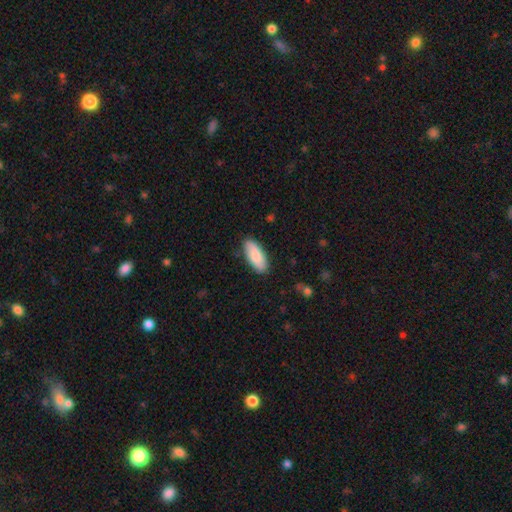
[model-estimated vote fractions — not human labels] A smooth galaxy with no disk features (81%) that is in between round and cigar-shaped (83%). Merging: none (86%).